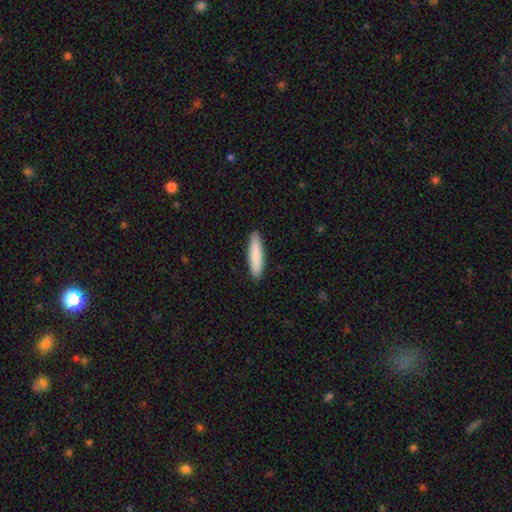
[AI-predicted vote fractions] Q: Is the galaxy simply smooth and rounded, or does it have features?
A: smooth — 86%.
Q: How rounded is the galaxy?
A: cigar-shaped — 82%.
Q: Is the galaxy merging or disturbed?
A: none — 91%.